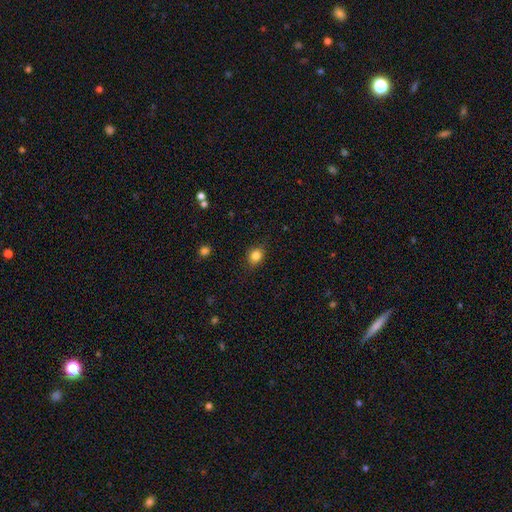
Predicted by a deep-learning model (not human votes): This is clearly a smooth galaxy (83%). How rounded: likely round (65%). Merging: clearly none (83%).